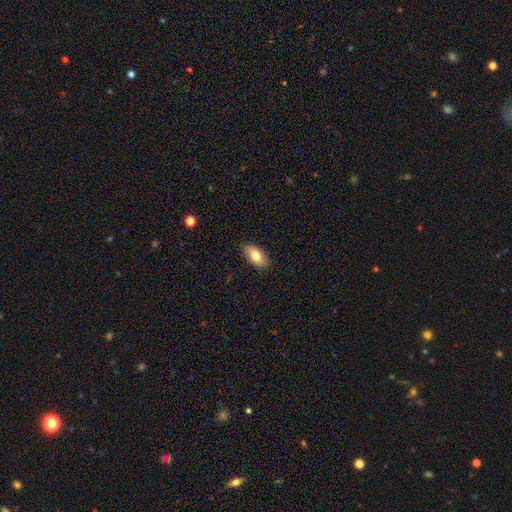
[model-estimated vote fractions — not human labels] Smooth or featured? smooth (77%)
How rounded? in between (93%)
Merging? none (87%)